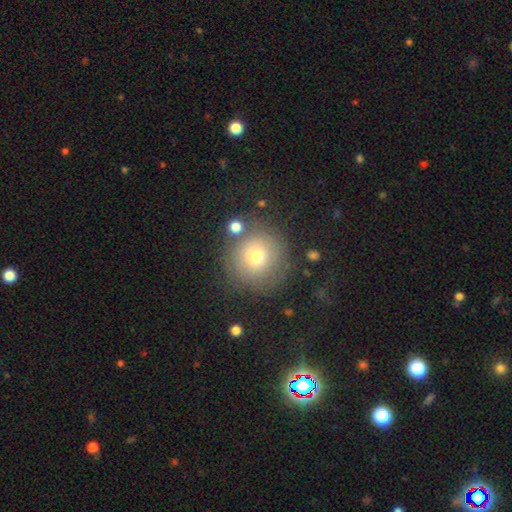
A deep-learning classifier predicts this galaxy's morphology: Q: Smooth or featured?
A: smooth (71%); runner-up: featured or disk (14%)
Q: How rounded?
A: round (93%); runner-up: in between (6%)
Q: Merging?
A: none (75%); runner-up: minor disturbance (13%)